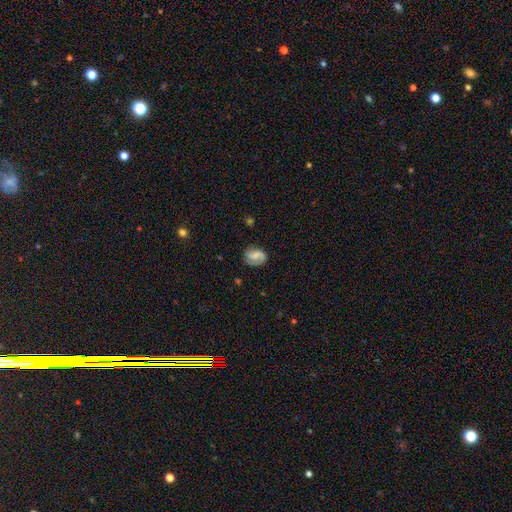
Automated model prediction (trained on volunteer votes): Overall: featured or disk (46%; smooth 45%). Merging: none (67%).